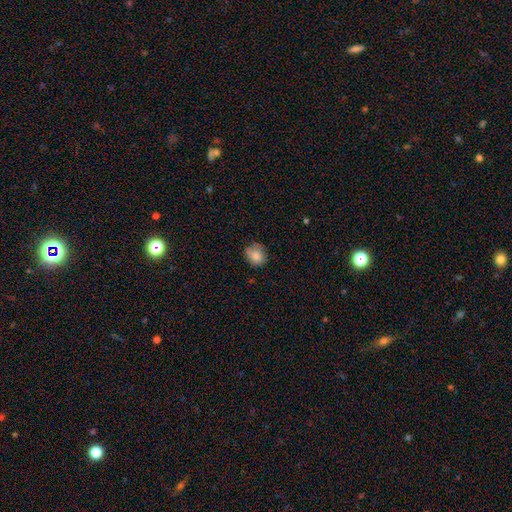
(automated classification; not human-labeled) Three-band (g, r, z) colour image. It shows a smooth galaxy with no disk features (83%) that is round (68%). Merging: none (68%).